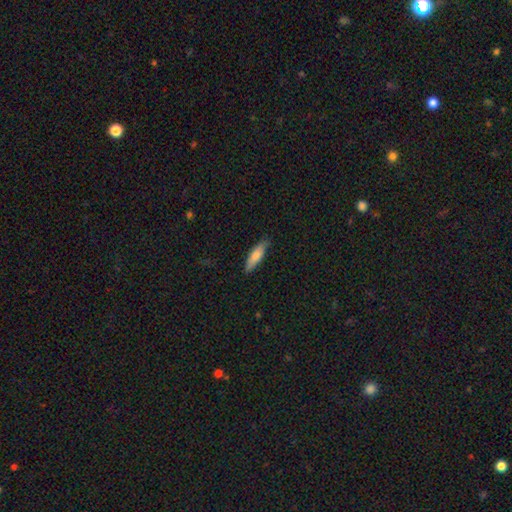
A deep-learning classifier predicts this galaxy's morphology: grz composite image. It shows a smooth galaxy with no disk features (74%) that is cigar-shaped (61%). Merging: none (82%).